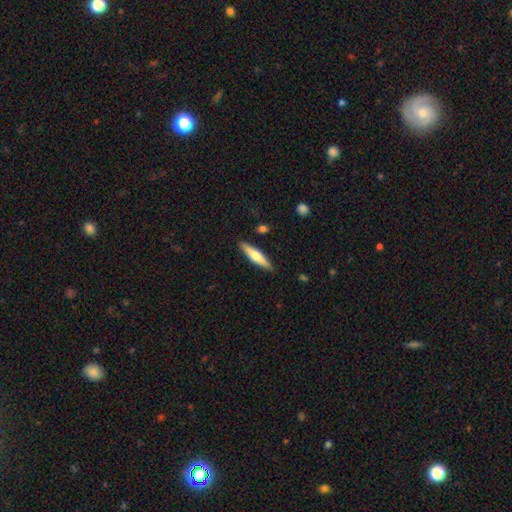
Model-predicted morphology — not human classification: This is possibly a smooth galaxy (55%). How rounded: clearly cigar-shaped (81%). Merging: clearly none (89%).